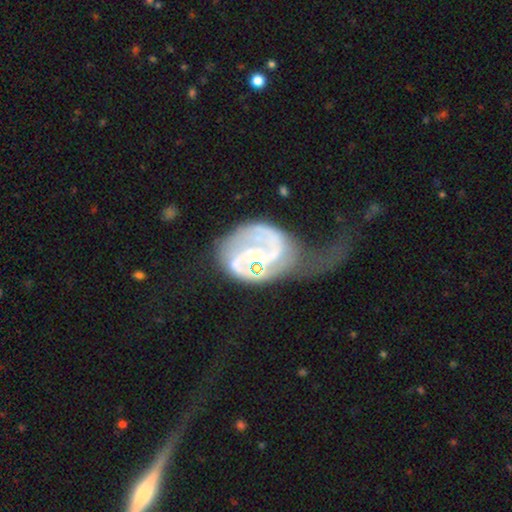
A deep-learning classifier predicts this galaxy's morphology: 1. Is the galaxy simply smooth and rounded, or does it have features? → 88% featured or disk, 7% smooth, 6% star or artifact.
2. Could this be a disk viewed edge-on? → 98% no, 2% yes.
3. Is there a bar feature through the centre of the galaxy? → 45% no, 41% weak, 14% strong.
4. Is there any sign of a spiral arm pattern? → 95% yes, 5% no.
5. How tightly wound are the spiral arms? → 44% medium, 31% tight, 24% loose.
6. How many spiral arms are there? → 71% 2, 12% 1, 8% can't tell, 4% 3, 2% 4, 2% more than 4.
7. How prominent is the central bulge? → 49% small, 31% moderate, 15% none, 4% large, 2% dominant.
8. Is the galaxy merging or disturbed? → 50% major disturbance, 21% none, 19% minor disturbance, 10% merger.